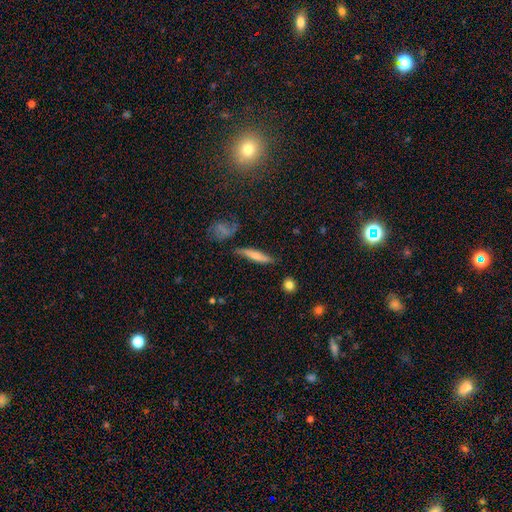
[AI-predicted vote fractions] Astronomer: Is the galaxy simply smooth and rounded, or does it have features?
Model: smooth — 62%.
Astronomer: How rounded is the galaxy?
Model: cigar-shaped — 85%.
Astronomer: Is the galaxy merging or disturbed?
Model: none — 74%.